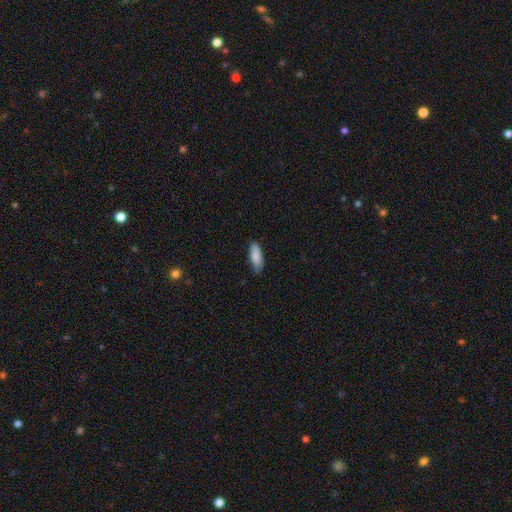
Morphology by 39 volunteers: smooth_or_featured: smooth (p=0.95) [alt: featured or disk p=0.05]
how_rounded: in between (p=0.62) [alt: cigar-shaped p=0.38]
merging: none (p=0.79) [alt: minor disturbance p=0.21]